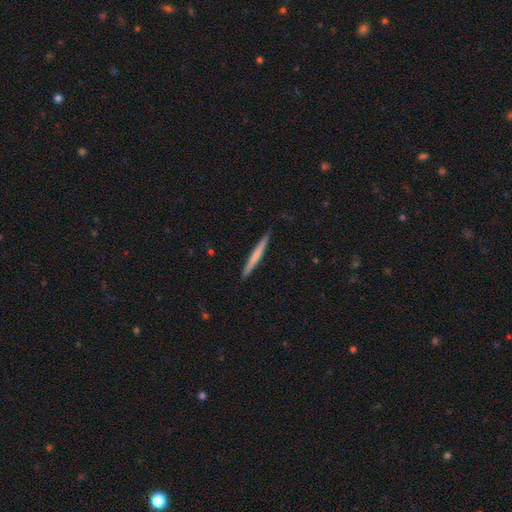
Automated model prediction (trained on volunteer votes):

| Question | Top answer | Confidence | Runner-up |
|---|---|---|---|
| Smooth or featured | smooth | 57% | featured or disk (38%) |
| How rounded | cigar-shaped | 97% | in between (2%) |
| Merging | none | 91% | minor disturbance (7%) |